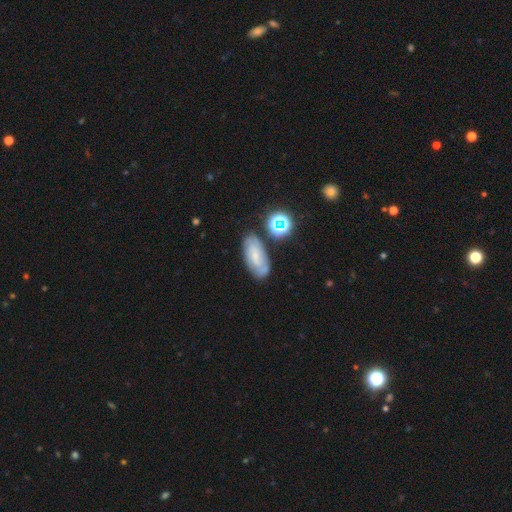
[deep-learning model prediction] featured or disk 48%, smooth 40%, star or artifact 12%. Down the decision tree: merging — none (71%).